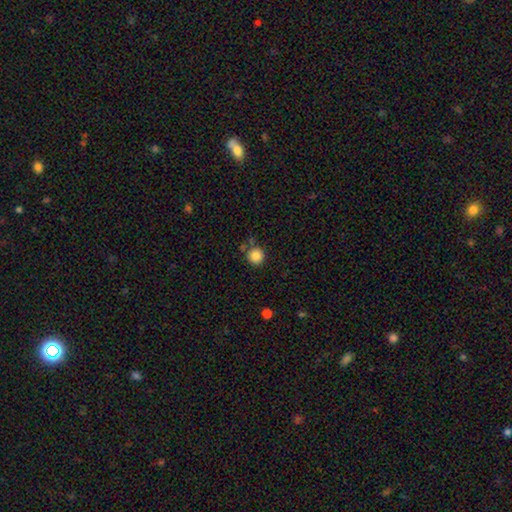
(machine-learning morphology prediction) smooth 86%, star or artifact 10%, featured or disk 4%. Down the decision tree: how rounded — round (95%); merging — none (80%).